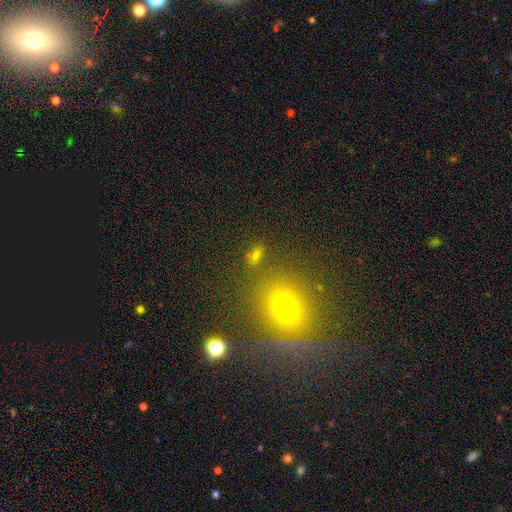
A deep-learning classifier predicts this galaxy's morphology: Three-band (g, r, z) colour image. It shows a smooth galaxy with no disk features (54%) that is in between round and cigar-shaped (54%). Merging: none (71%).